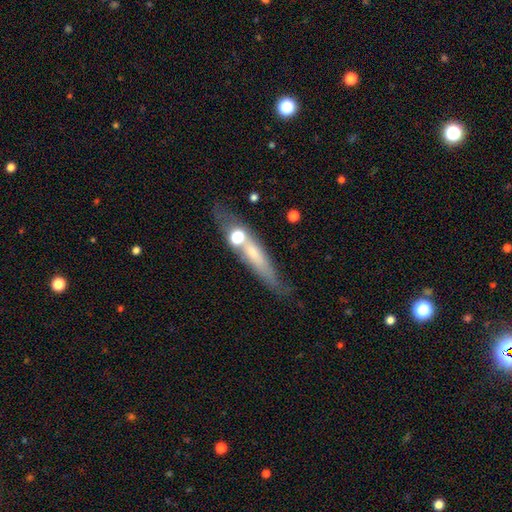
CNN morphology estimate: smooth_or_featured: featured or disk (p=0.48) [alt: smooth p=0.42]
merging: none (p=0.61) [alt: minor disturbance p=0.18]